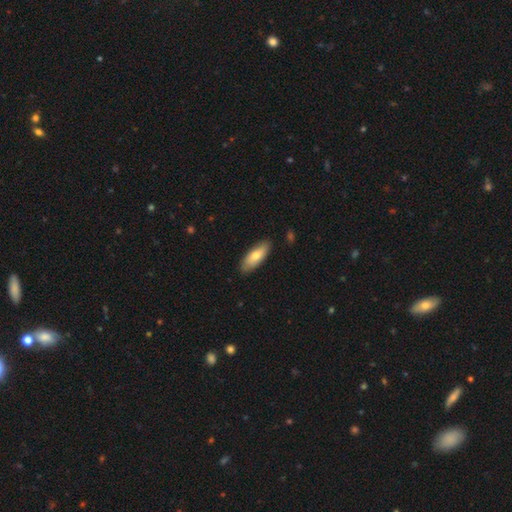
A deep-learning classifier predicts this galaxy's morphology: Overall: smooth (74%). How rounded: in between (72%). Merging: none (85%).